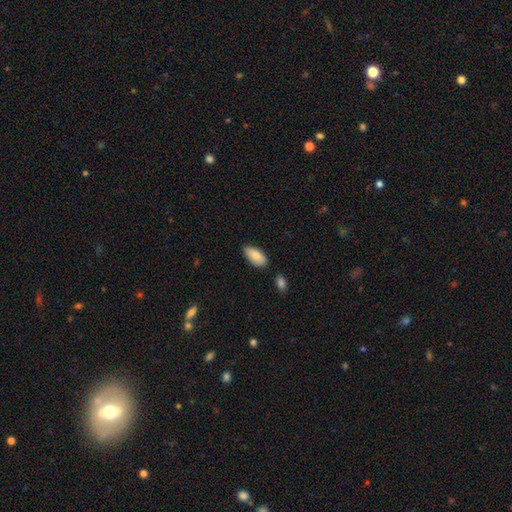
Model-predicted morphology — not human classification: smooth-or-featured: smooth: 82% | featured or disk: 12% | star or artifact: 6%
  how-rounded: in between: 93% | cigar-shaped: 5% | round: 2%
  merging: none: 75% | minor disturbance: 18% | merger: 4% | major disturbance: 3%